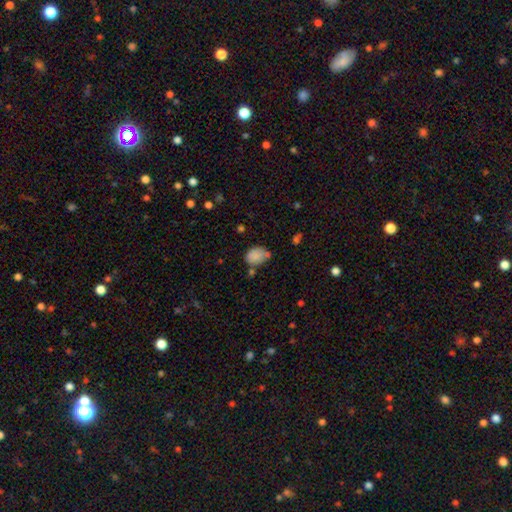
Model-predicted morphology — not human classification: smooth_or_featured: smooth (p=0.82) [alt: star or artifact p=0.09]
how_rounded: in between (p=0.68) [alt: round p=0.31]
merging: none (p=0.45) [alt: minor disturbance p=0.35]